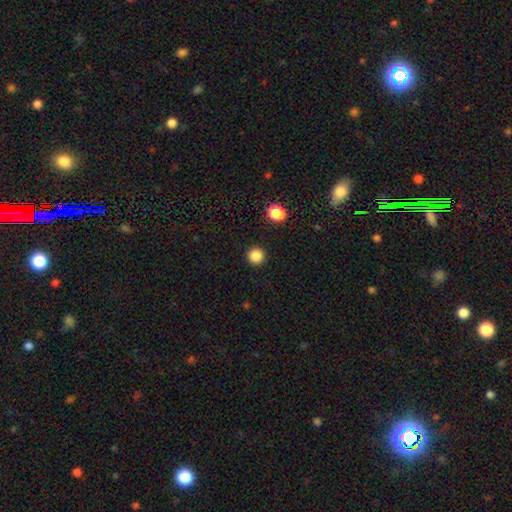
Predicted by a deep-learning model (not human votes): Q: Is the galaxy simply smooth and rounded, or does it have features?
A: smooth — 86%.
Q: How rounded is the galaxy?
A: round — 95%.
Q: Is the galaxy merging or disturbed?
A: none — 92%.